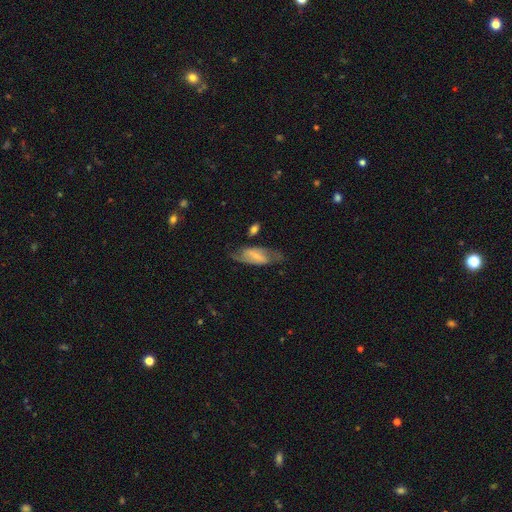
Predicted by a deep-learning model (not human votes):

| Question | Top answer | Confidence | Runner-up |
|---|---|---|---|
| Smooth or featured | featured or disk | 68% | smooth (26%) |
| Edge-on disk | no | 92% | yes (8%) |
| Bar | strong | 41% | weak (40%) |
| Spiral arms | yes | 86% | no (14%) |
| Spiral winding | medium | 46% | loose (34%) |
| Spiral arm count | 2 | 86% | can't tell (9%) |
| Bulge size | small | 61% | moderate (24%) |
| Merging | none | 65% | minor disturbance (19%) |